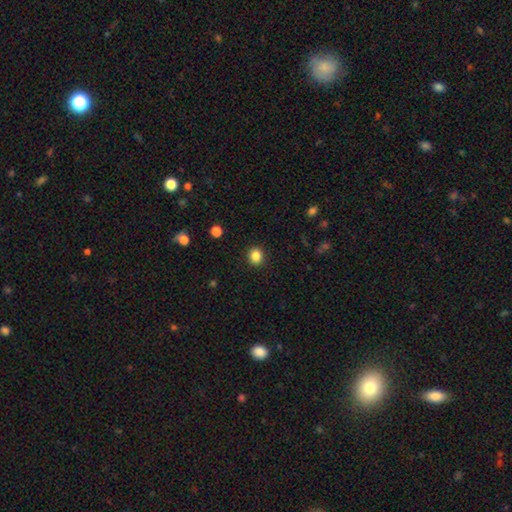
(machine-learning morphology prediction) smooth_or_featured: smooth (p=0.85) [alt: star or artifact p=0.11]
how_rounded: round (p=0.82) [alt: in between p=0.18]
merging: none (p=0.91) [alt: minor disturbance p=0.06]